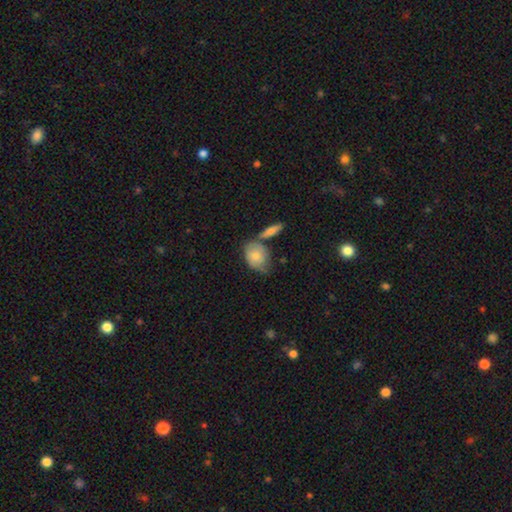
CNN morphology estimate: Smooth or featured: smooth — 72% (featured or disk — 22%)
How rounded: in between — 67% (round — 30%)
Merging: none — 43% (minor disturbance — 27%)